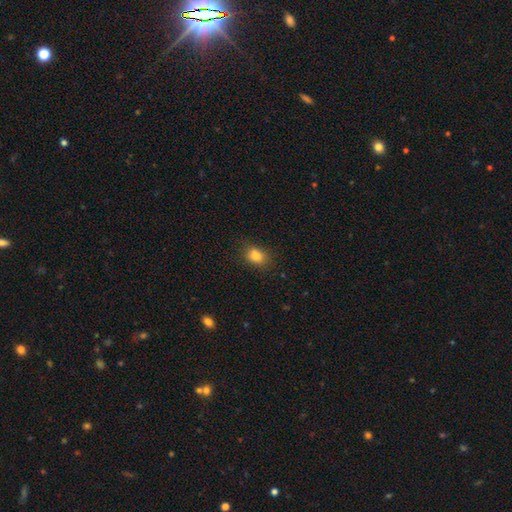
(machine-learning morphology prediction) Smooth or featured? Predicted: smooth (p=0.82). How rounded? Predicted: in between (p=0.66). Merging? Predicted: none (p=0.71).